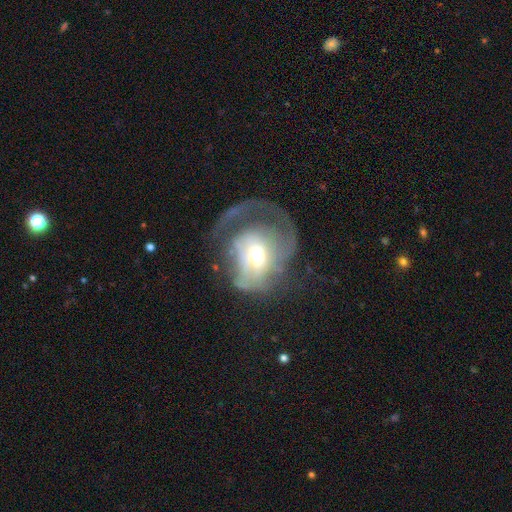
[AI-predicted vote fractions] A featured or disk galaxy (59%) with no bar (70%), spiral arms (54%) and a moderate central bulge (63%). Merging: major disturbance (61%).